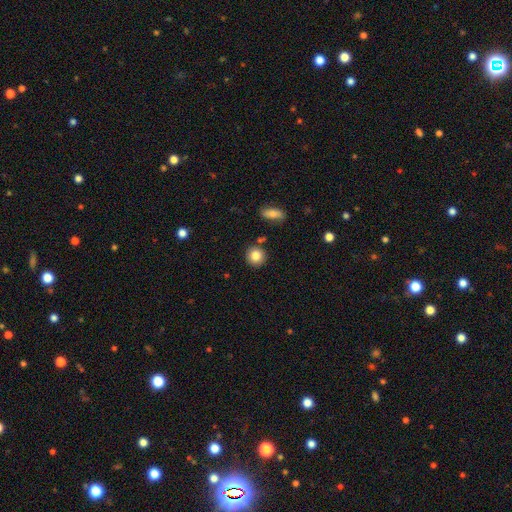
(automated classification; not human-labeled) Smooth or featured: smooth — 83% (star or artifact — 9%)
How rounded: round — 91% (in between — 8%)
Merging: none — 86% (minor disturbance — 8%)